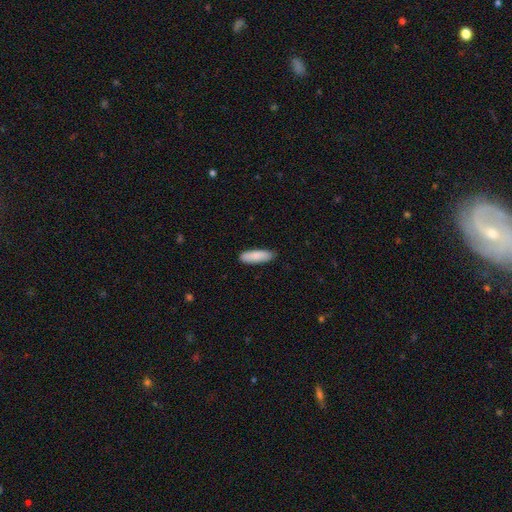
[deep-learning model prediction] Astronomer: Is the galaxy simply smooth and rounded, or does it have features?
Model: smooth — 89%.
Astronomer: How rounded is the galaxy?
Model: in between — 55% (runner-up: cigar-shaped, 43%).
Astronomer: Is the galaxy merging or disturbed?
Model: none — 88%.